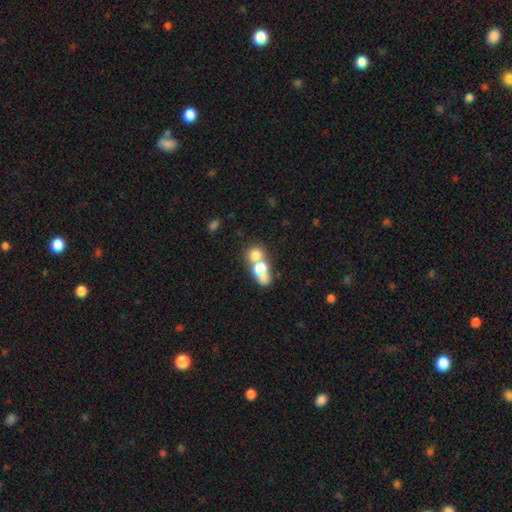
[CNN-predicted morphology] Smooth or featured: smooth — 67% (featured or disk — 20%)
How rounded: round — 56% (in between — 41%)
Merging: merger — 62% (none — 26%)